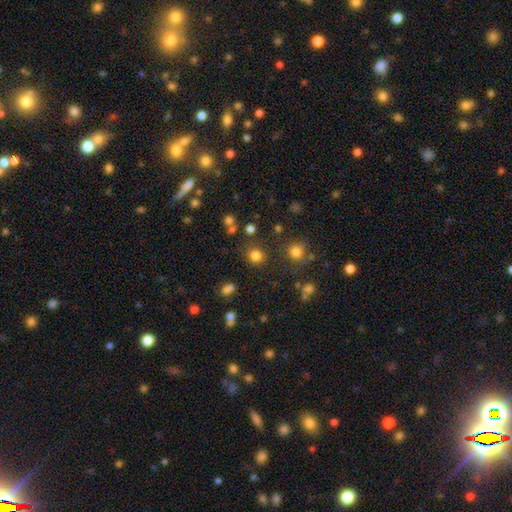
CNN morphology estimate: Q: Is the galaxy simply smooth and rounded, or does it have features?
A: smooth — 78%.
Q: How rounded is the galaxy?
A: round — 89%.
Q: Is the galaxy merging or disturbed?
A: none — 84%.